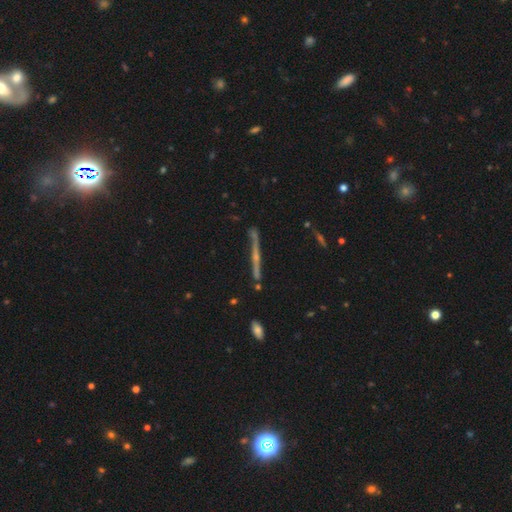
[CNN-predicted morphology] This is likely a featured or disk galaxy (77%). It is clearly viewed edge-on (97%). Edge-on bulge: likely rounded (64%). Merging: clearly none (82%).